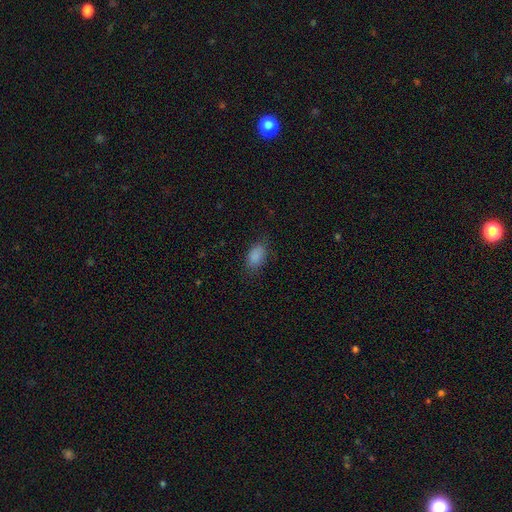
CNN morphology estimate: smooth-or-featured: smooth: 87% | star or artifact: 9% | featured or disk: 4%
  how-rounded: in between: 90% | round: 8% | cigar-shaped: 2%
  merging: none: 78% | minor disturbance: 16% | major disturbance: 5% | merger: 1%